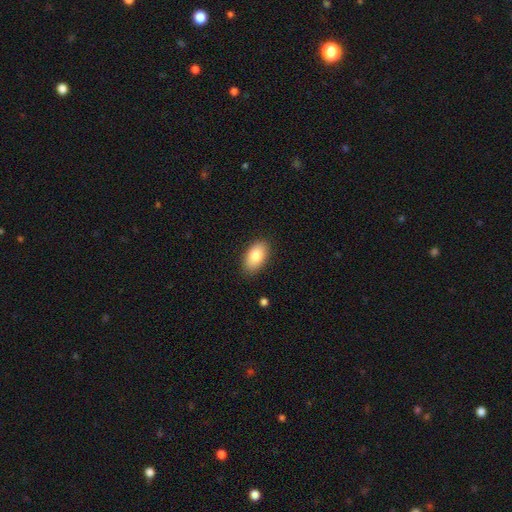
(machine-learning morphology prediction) smooth 82%, featured or disk 11%, star or artifact 7%. Down the decision tree: how rounded — in between (93%); merging — none (87%).